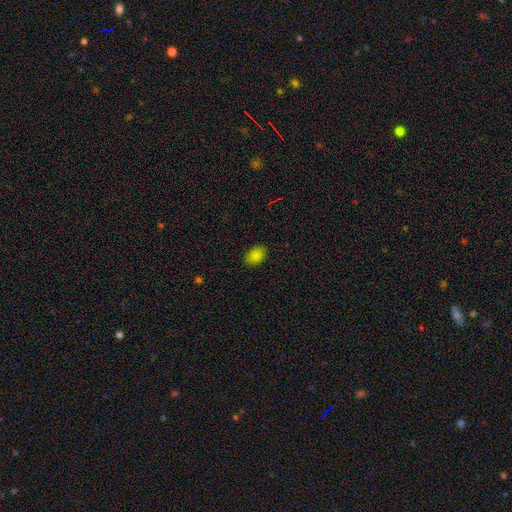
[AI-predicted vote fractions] This is clearly a smooth galaxy (84%). How rounded: clearly in between (82%). Merging: clearly none (85%).